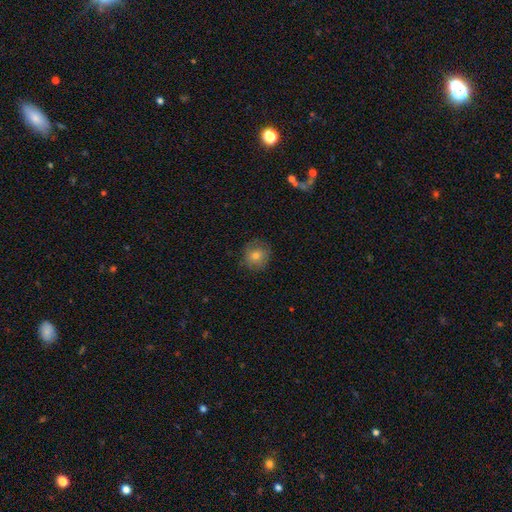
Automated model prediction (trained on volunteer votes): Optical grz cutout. It shows a smooth galaxy with no disk features (72%) that is round (89%). Merging: none (83%).